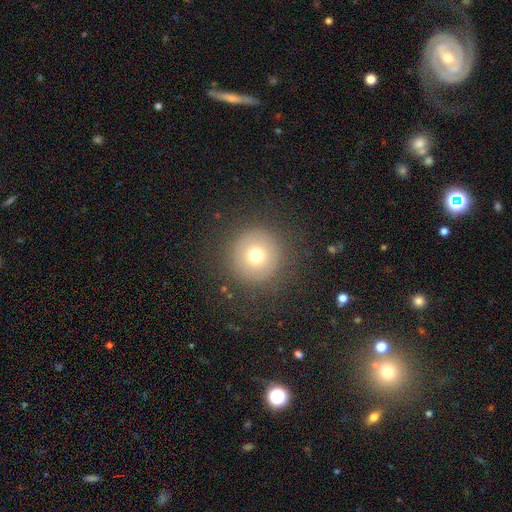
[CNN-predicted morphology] Q: Smooth or featured?
A: smooth (69%); runner-up: featured or disk (17%)
Q: How rounded?
A: round (96%); runner-up: in between (3%)
Q: Merging?
A: none (87%); runner-up: minor disturbance (7%)